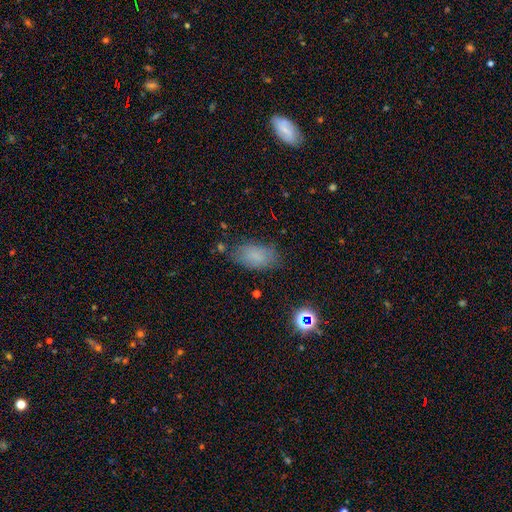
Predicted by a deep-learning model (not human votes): A smooth galaxy with no disk features (78%) that is in between round and cigar-shaped (92%).

Vote fractions:
- Smooth or featured? smooth: 78% / star or artifact: 12% / featured or disk: 10%
- How rounded? in between: 92% / round: 5% / cigar-shaped: 3%
- Merging? none: 75% / minor disturbance: 17% / major disturbance: 5% / merger: 2%